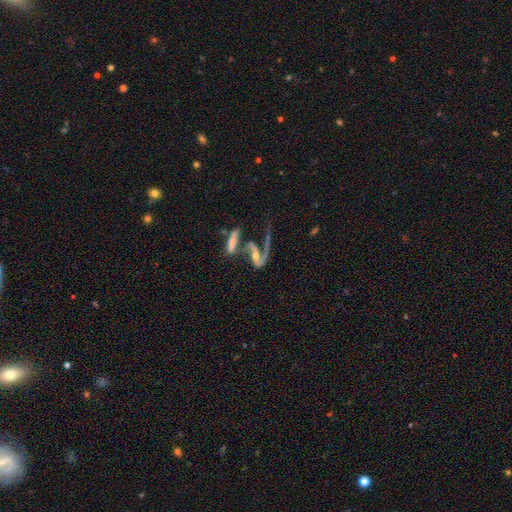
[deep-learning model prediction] Morphology: type=featured or disk (77%); edge-on=no (90%); bar=no (50%); spiral arms=yes (83%); winding=loose (67%); arm count=2 (52%); bulge=moderate (44%); merging=merger (43%).